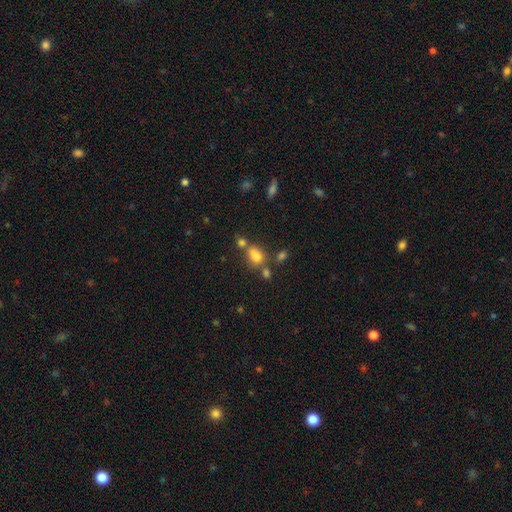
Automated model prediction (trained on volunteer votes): Smooth or featured?
  - smooth: 76% *
  - star or artifact: 15%
  - featured or disk: 9%
How rounded?
  - in between: 78% *
  - round: 19%
  - cigar-shaped: 3%
Merging?
  - none: 48% *
  - merger: 29%
  - minor disturbance: 16%
  - major disturbance: 7%